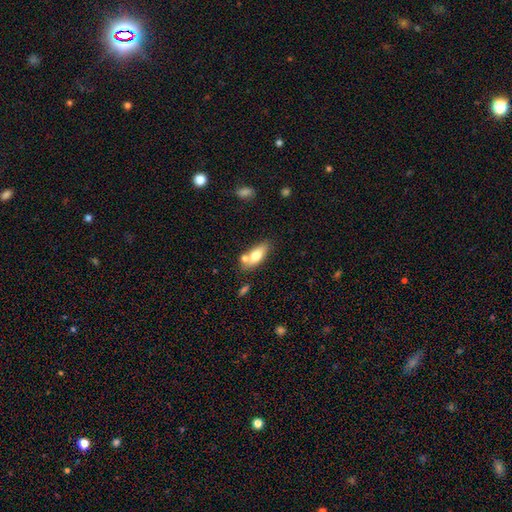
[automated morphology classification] A smooth galaxy with no disk features (72%) that is in between round and cigar-shaped (78%). Merging: none (57%).